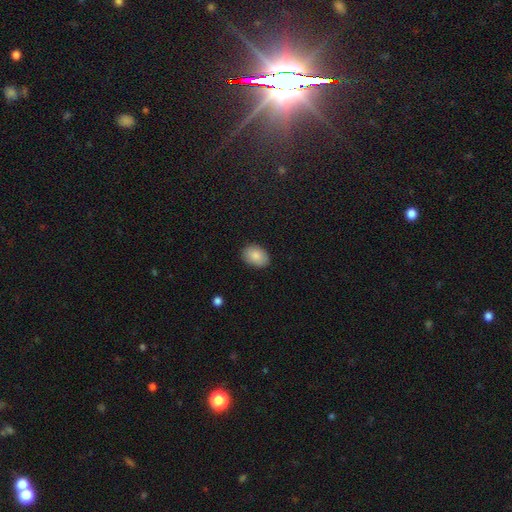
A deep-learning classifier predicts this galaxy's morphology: smooth 86%, star or artifact 7%, featured or disk 7%. Down the decision tree: how rounded — in between (81%); merging — none (87%).